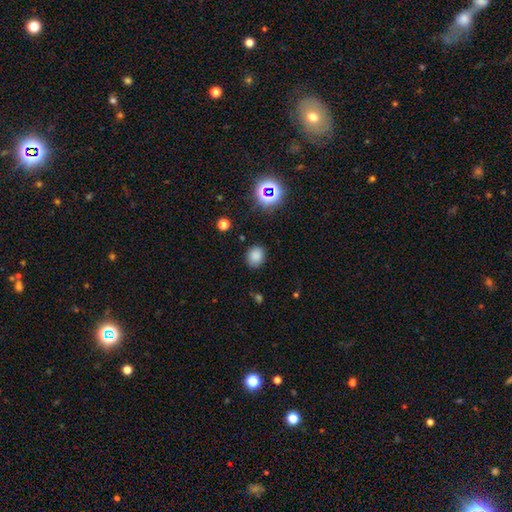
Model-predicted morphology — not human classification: smooth-or-featured: smooth: 80% | star or artifact: 15% | featured or disk: 5%
  how-rounded: round: 56% | in between: 43% | cigar-shaped: 1%
  merging: none: 84% | minor disturbance: 12% | major disturbance: 3% | merger: 2%